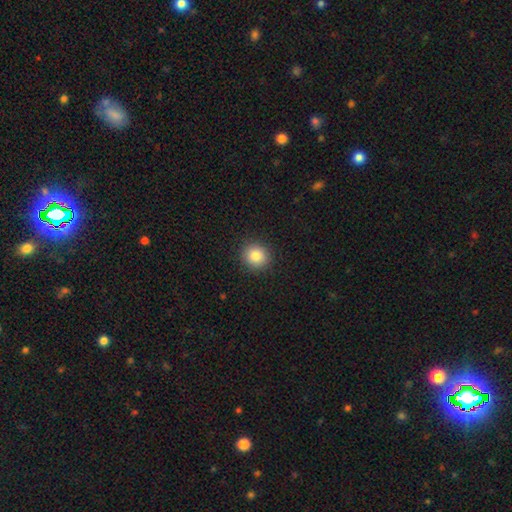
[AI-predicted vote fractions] Overall: smooth (85%). How rounded: round (90%). Merging: none (91%).